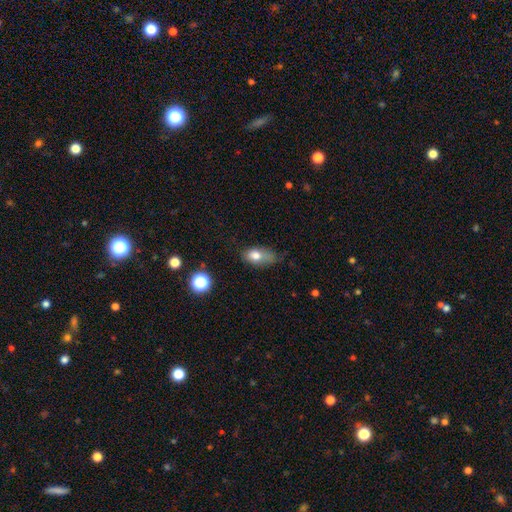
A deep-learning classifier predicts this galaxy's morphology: A smooth galaxy with no disk features (77%) that is in between round and cigar-shaped (82%).

Vote fractions:
- Smooth or featured? smooth: 77% / featured or disk: 13% / star or artifact: 10%
- How rounded? in between: 82% / round: 13% / cigar-shaped: 5%
- Merging? none: 42% / minor disturbance: 39% / major disturbance: 16% / merger: 3%